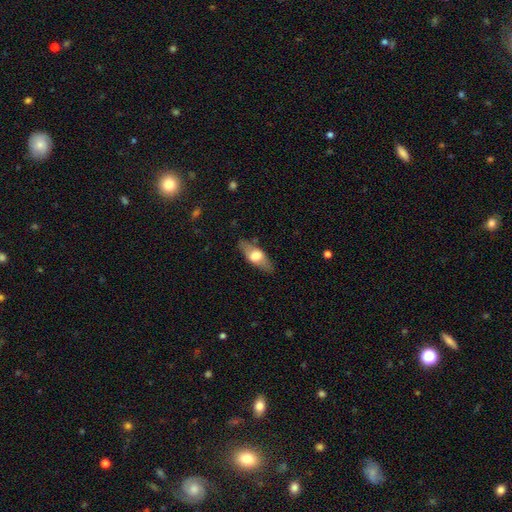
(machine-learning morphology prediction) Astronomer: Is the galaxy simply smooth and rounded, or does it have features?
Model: smooth — 54% (runner-up: featured or disk, 40%).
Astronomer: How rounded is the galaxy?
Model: in between — 71%.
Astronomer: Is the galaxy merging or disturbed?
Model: none — 81%.